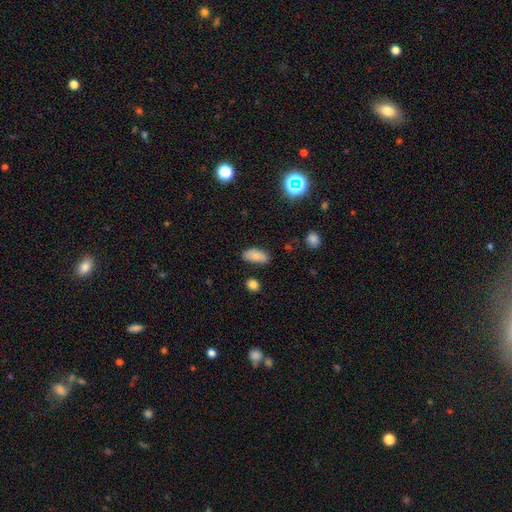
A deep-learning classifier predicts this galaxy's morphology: Smooth or featured?
  - smooth: 81% *
  - star or artifact: 10%
  - featured or disk: 10%
How rounded?
  - in between: 91% *
  - cigar-shaped: 6%
  - round: 4%
Merging?
  - none: 78% *
  - minor disturbance: 15%
  - merger: 3%
  - major disturbance: 3%